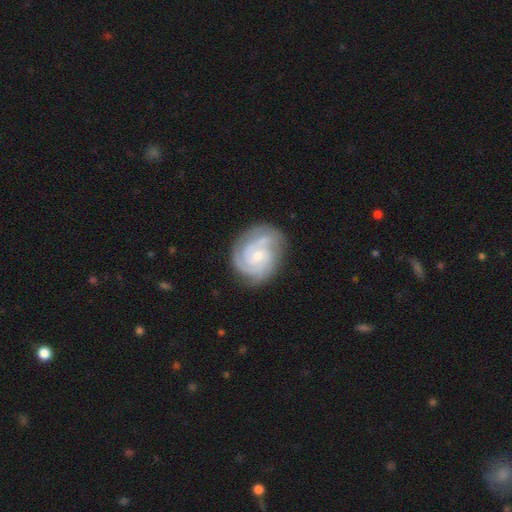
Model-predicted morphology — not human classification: smooth_or_featured: featured or disk (p=0.88) [alt: smooth p=0.07]
disk_edge_on: no (p=0.98) [alt: yes p=0.02]
bar: no (p=0.59) [alt: weak p=0.35]
has_spiral_arms: yes (p=0.98) [alt: no p=0.02]
spiral_winding: tight (p=0.70) [alt: medium p=0.27]
spiral_arm_count: 3 (p=0.46) [alt: 2 p=0.25]
bulge_size: small (p=0.63) [alt: moderate p=0.33]
merging: none (p=0.77) [alt: minor disturbance p=0.17]